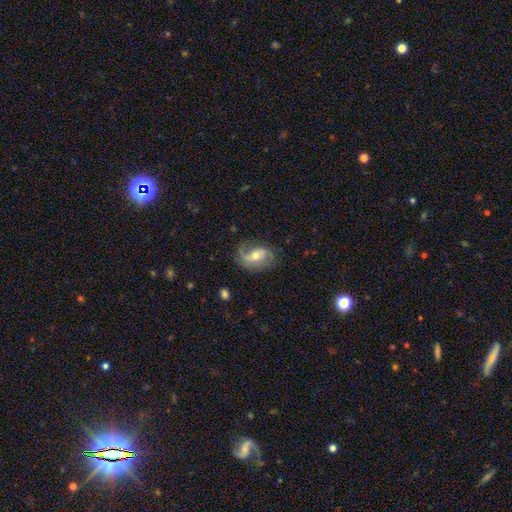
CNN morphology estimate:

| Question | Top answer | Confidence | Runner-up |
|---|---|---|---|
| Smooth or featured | featured or disk | 57% | smooth (35%) |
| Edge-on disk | no | 94% | yes (6%) |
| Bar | no | 45% | weak (36%) |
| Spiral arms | yes | 78% | no (22%) |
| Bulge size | moderate | 64% | small (29%) |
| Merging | none | 61% | minor disturbance (24%) |